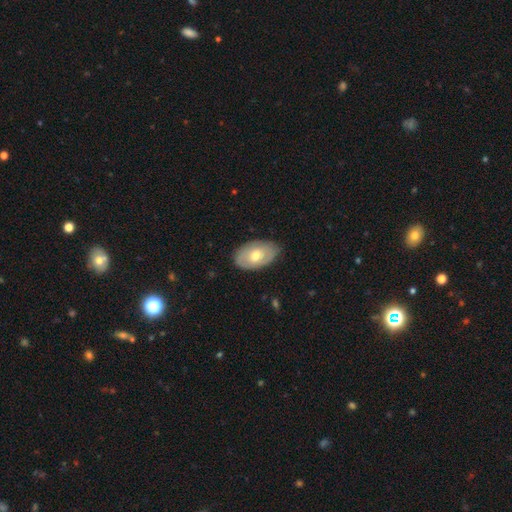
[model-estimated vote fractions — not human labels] Morphology: type=smooth (54%); roundness=in between (91%); merging=none (80%).